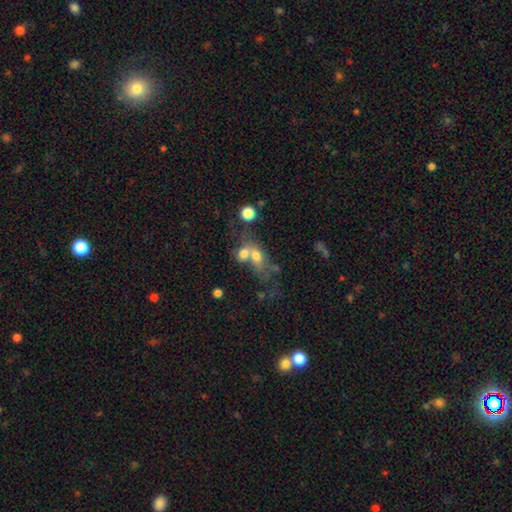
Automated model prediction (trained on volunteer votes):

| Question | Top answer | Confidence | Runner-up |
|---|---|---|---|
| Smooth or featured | smooth | 63% | featured or disk (24%) |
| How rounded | in between | 66% | round (27%) |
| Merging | merger | 62% | none (20%) |